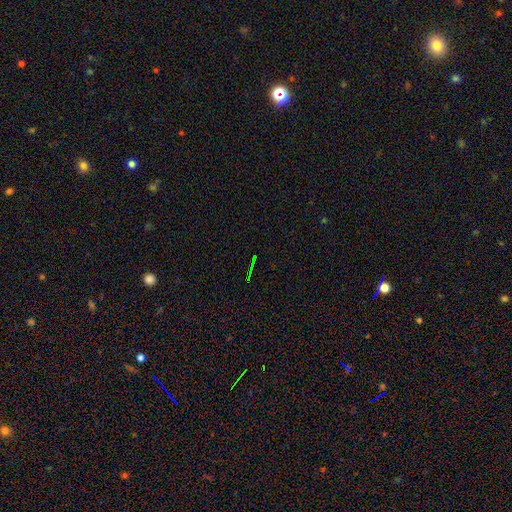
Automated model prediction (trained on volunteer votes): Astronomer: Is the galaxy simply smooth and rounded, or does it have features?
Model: star or artifact — 72%.